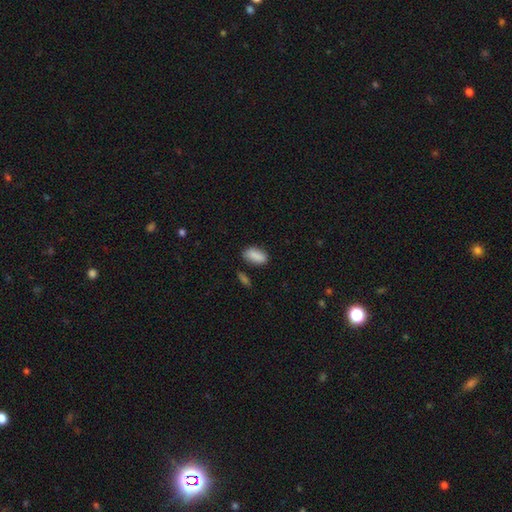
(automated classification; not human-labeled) smooth 88%, star or artifact 7%, featured or disk 5%. Down the decision tree: how rounded — in between (90%); merging — none (79%).